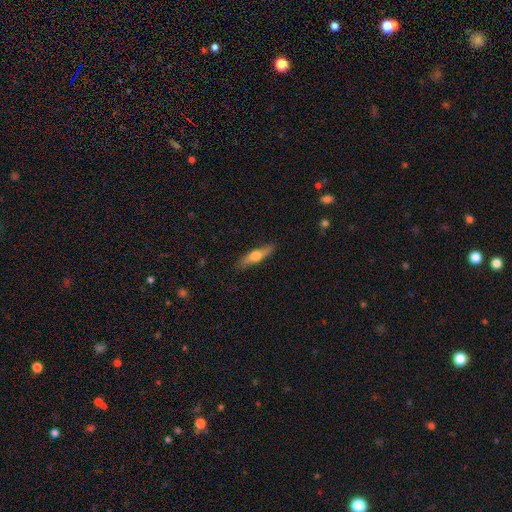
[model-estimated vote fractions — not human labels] Morphology: type=smooth (47%, tied with featured or disk); merging=none (83%).